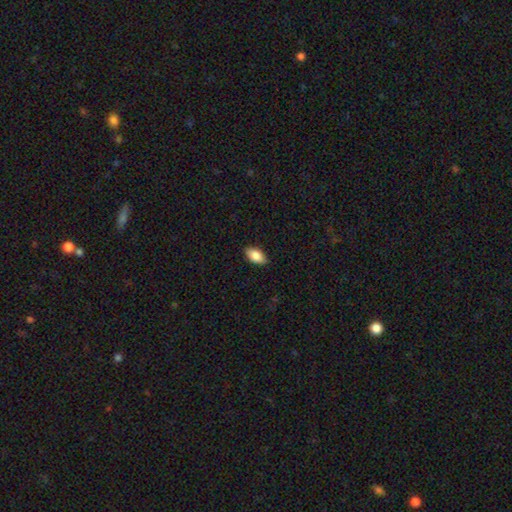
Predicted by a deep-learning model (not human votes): A smooth galaxy with no disk features (87%) that is in between round and cigar-shaped (93%).

Vote fractions:
- Smooth or featured? smooth: 87% / star or artifact: 7% / featured or disk: 6%
- How rounded? in between: 93% / round: 4% / cigar-shaped: 3%
- Merging? none: 87% / minor disturbance: 10% / major disturbance: 2% / merger: 1%